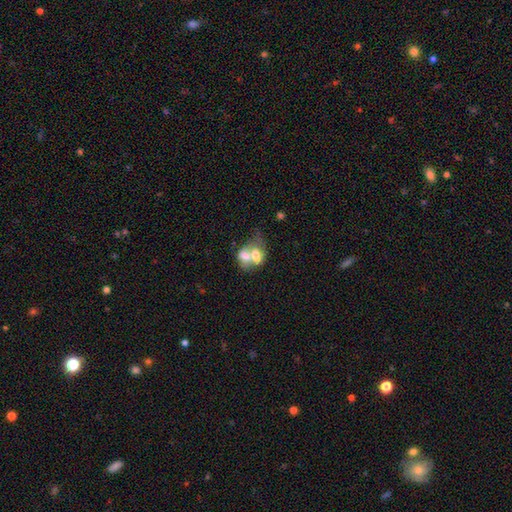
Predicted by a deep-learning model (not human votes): smooth-or-featured: smooth: 62% | featured or disk: 30% | star or artifact: 8%
  how-rounded: in between: 70% | round: 28% | cigar-shaped: 2%
  merging: merger: 75% | none: 12% | minor disturbance: 6% | major disturbance: 6%